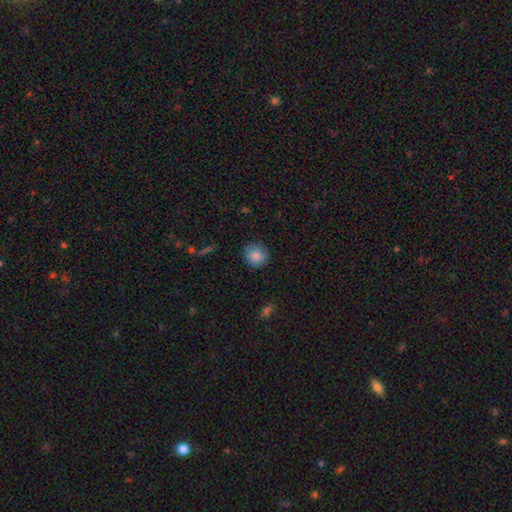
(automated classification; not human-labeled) smooth 84%, star or artifact 8%, featured or disk 8%. Down the decision tree: how rounded — round (90%); merging — none (85%).